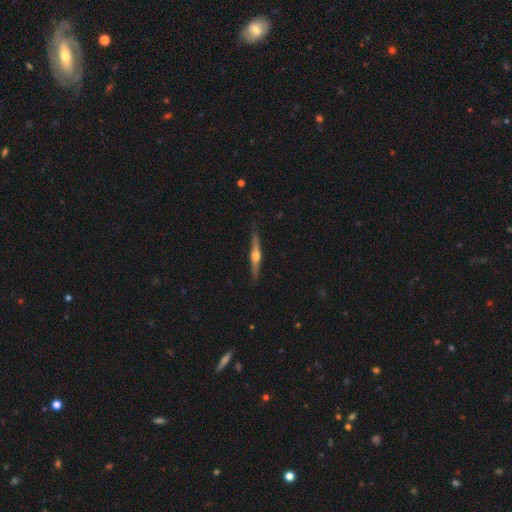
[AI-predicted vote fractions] Overall: featured or disk (73%). Edge-on disk: yes (98%). Edge-on bulge: rounded (94%). Merging: none (88%).